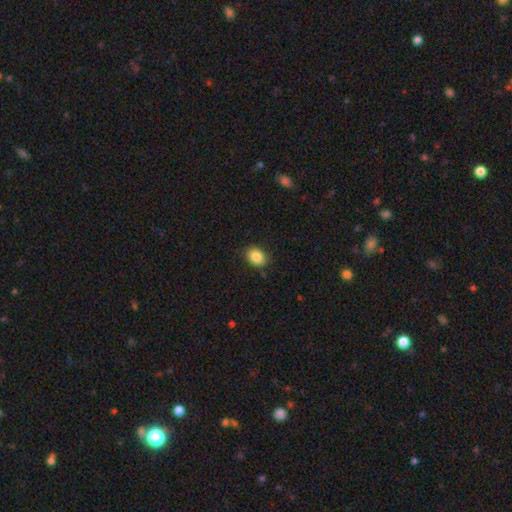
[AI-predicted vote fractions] Overall: smooth (86%). How rounded: in between (62%; round 37%). Merging: none (84%).